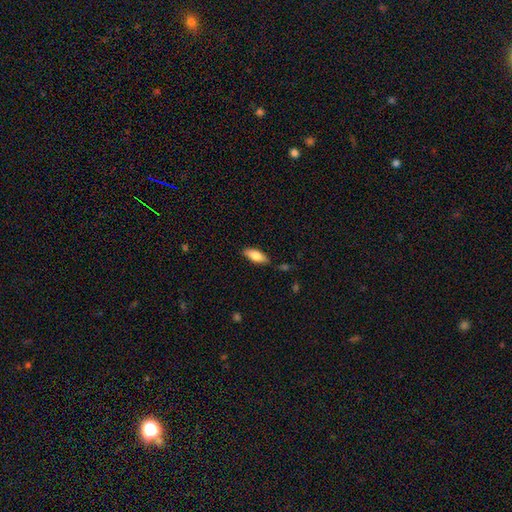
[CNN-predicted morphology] type=smooth (76%); roundness=in between (73%); merging=none (83%).